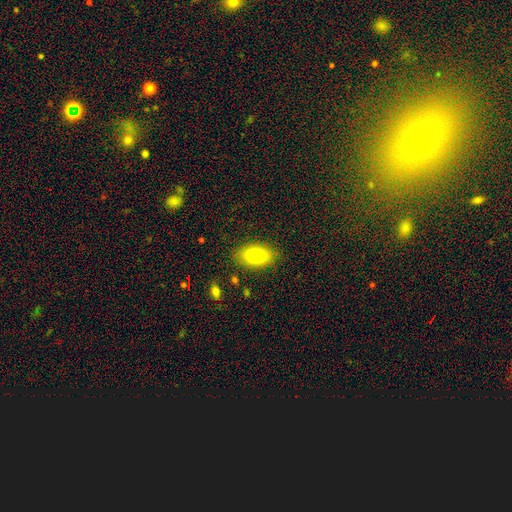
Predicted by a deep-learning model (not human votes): Morphology: type=smooth (81%); roundness=in between (92%); merging=none (83%).